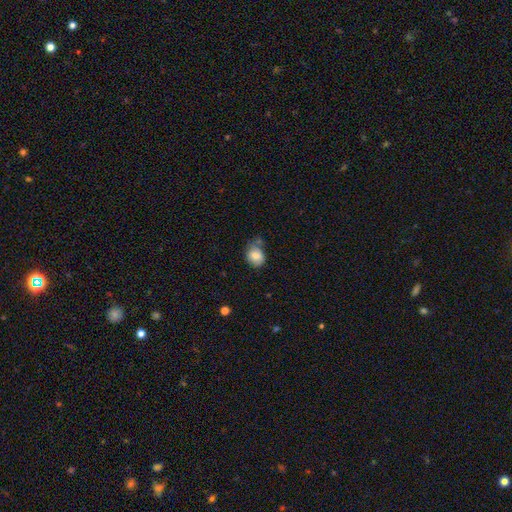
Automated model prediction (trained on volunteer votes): A smooth galaxy with no disk features (80%) that is round (52%). Merging: none (53%).